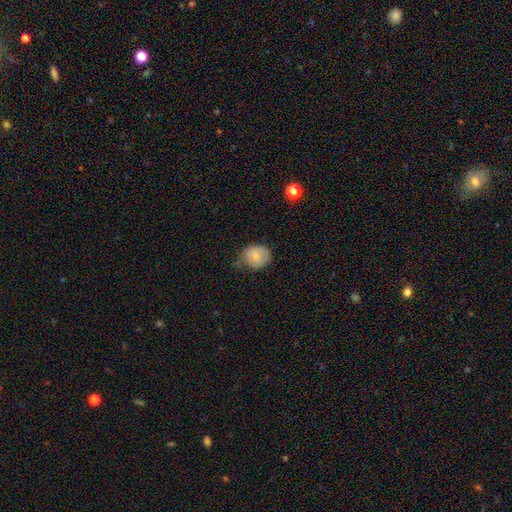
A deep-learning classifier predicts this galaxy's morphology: Smooth or featured: smooth — 74% (featured or disk — 18%)
How rounded: round — 66% (in between — 33%)
Merging: none — 44% (minor disturbance — 40%)